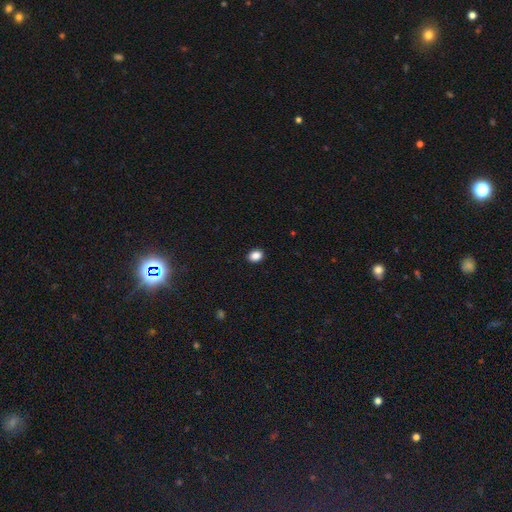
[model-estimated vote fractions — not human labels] Smooth or featured? Predicted: smooth (p=0.88). How rounded? Predicted: in between (p=0.66). Merging? Predicted: none (p=0.91).